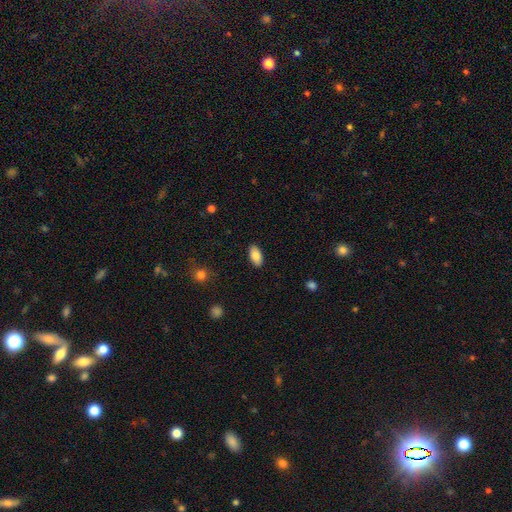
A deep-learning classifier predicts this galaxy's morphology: Overall: smooth (84%). How rounded: in between (94%). Merging: none (89%).